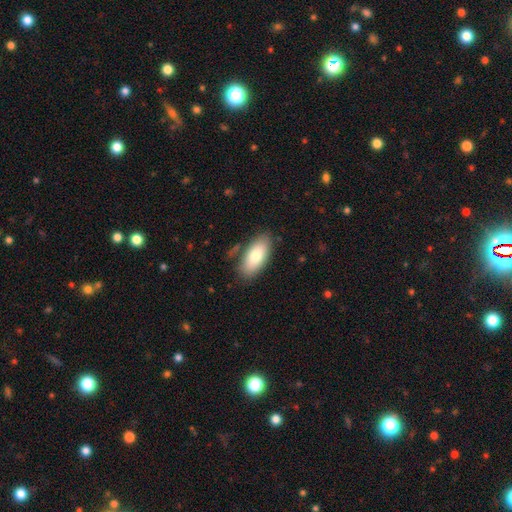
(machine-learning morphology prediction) Smooth or featured?
  - smooth: 77% *
  - featured or disk: 17%
  - star or artifact: 6%
How rounded?
  - in between: 90% *
  - cigar-shaped: 8%
  - round: 2%
Merging?
  - none: 80% *
  - minor disturbance: 13%
  - major disturbance: 3%
  - merger: 3%